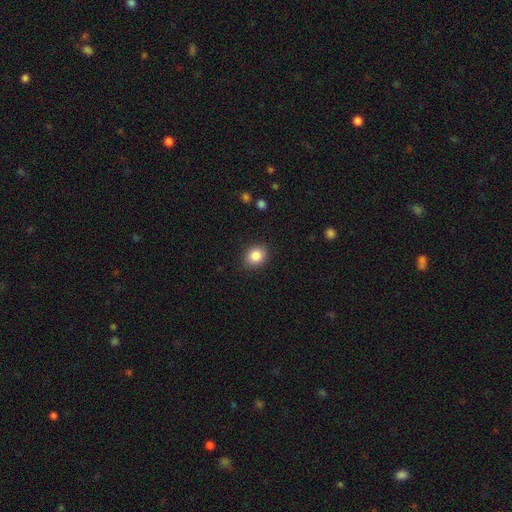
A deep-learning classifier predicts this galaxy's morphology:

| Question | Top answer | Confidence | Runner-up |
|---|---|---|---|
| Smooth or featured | smooth | 85% | star or artifact (9%) |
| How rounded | round | 57% | in between (43%) |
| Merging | none | 88% | minor disturbance (9%) |